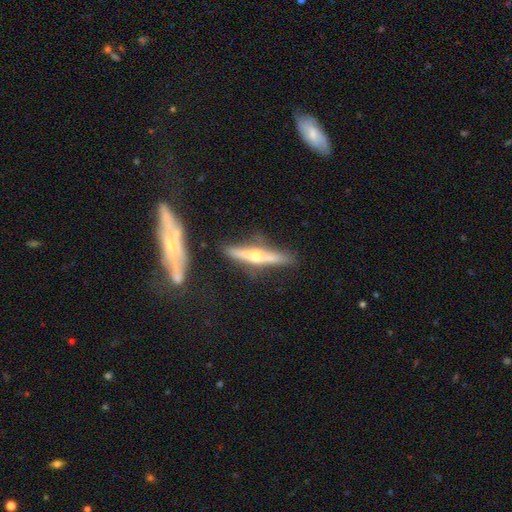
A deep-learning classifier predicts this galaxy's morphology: This is likely a featured or disk galaxy (72%). It is clearly viewed edge-on (96%). Edge-on bulge: clearly rounded (89%). Merging: likely none (77%).